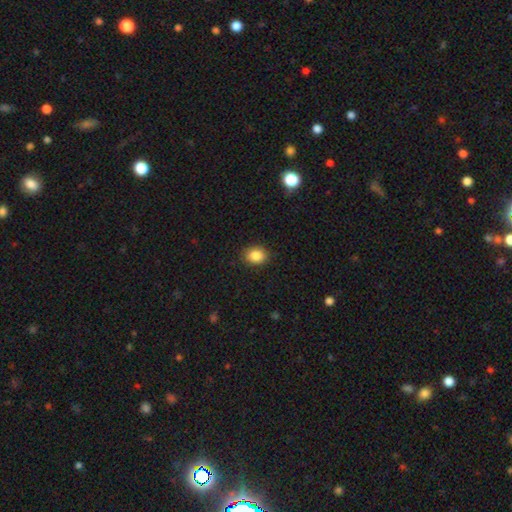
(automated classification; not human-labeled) A smooth galaxy with no disk features (86%) that is round (51%).

Vote fractions:
- Smooth or featured? smooth: 86% / star or artifact: 9% / featured or disk: 5%
- How rounded? round: 51% / in between: 48% / cigar-shaped: 1%
- Merging? none: 89% / minor disturbance: 8% / major disturbance: 2% / merger: 1%